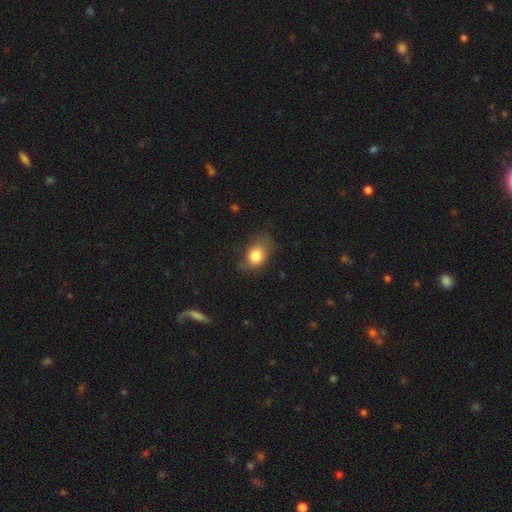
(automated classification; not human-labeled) Smooth or featured?
  - smooth: 81% *
  - featured or disk: 10%
  - star or artifact: 9%
How rounded?
  - in between: 67% *
  - round: 32%
  - cigar-shaped: 1%
Merging?
  - none: 58% *
  - minor disturbance: 30%
  - major disturbance: 10%
  - merger: 2%